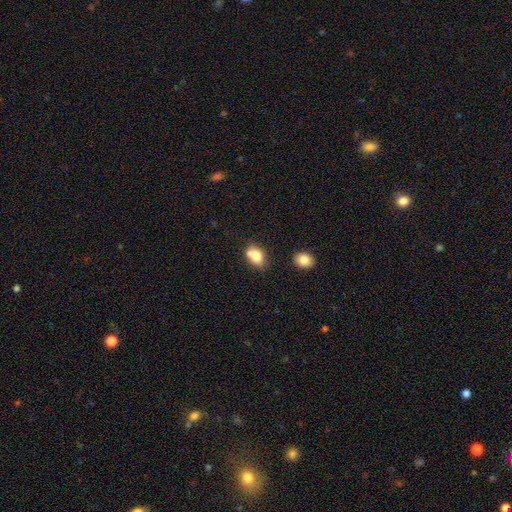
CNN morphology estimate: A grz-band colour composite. It shows a smooth galaxy with no disk features (79%) that is in between round and cigar-shaped (72%). Merging: none (52%).